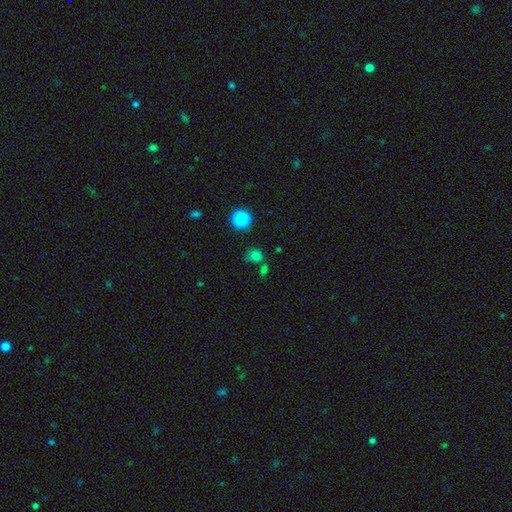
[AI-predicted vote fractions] The model was most divided on "merging": none: 55%, merger: 23%, minor disturbance: 15%, major disturbance: 8%. More confident: smooth or featured — smooth (71%); how rounded — round (70%).